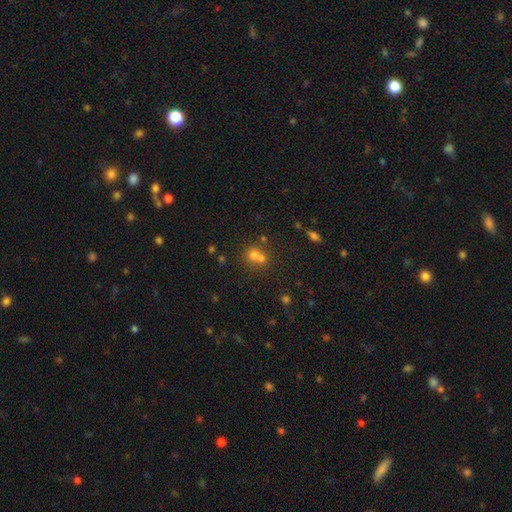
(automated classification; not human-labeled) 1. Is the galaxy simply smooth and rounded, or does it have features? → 64% smooth, 19% star or artifact, 17% featured or disk.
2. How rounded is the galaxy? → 80% round, 19% in between, 1% cigar-shaped.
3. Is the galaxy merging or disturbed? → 54% merger, 37% none, 6% minor disturbance, 3% major disturbance.